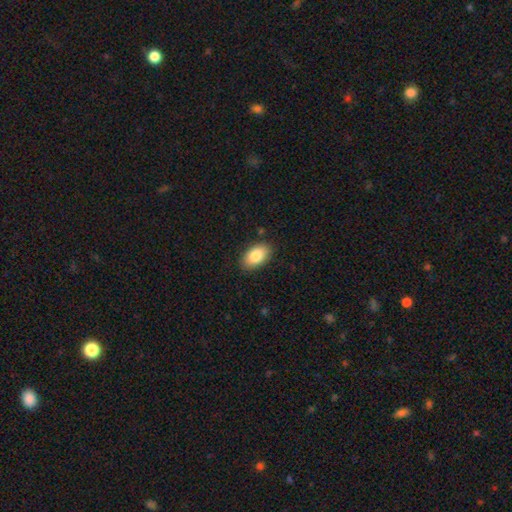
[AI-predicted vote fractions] Smooth or featured? smooth (84%)
How rounded? in between (93%)
Merging? none (86%)